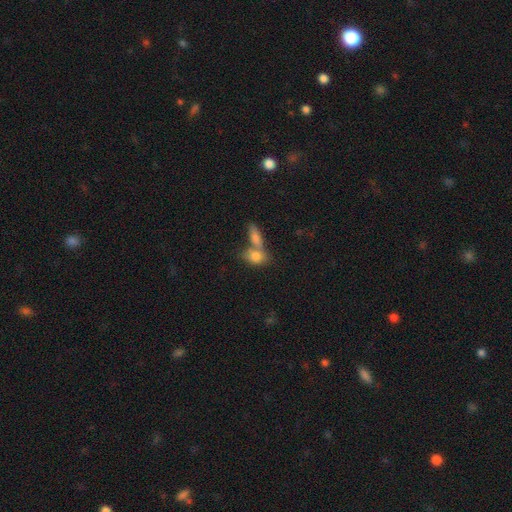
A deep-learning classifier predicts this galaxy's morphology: Smooth or featured: smooth — 79% (featured or disk — 13%)
How rounded: in between — 76% (round — 19%)
Merging: merger — 51% (none — 36%)